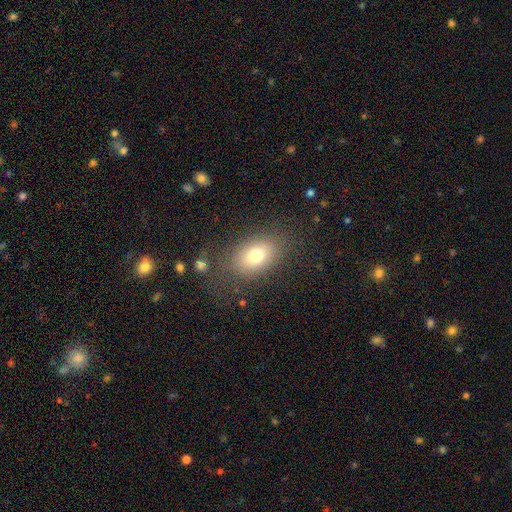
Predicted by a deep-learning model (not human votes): Q: Smooth or featured?
A: smooth (75%); runner-up: featured or disk (14%)
Q: How rounded?
A: in between (80%); runner-up: round (18%)
Q: Merging?
A: none (75%); runner-up: minor disturbance (14%)